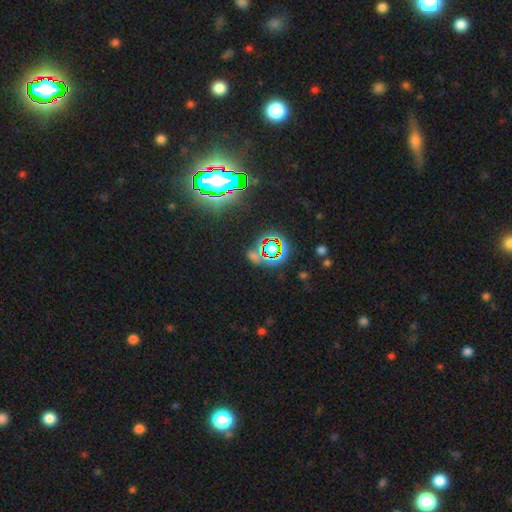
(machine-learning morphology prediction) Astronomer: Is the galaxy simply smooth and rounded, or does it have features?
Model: star or artifact — 75%.